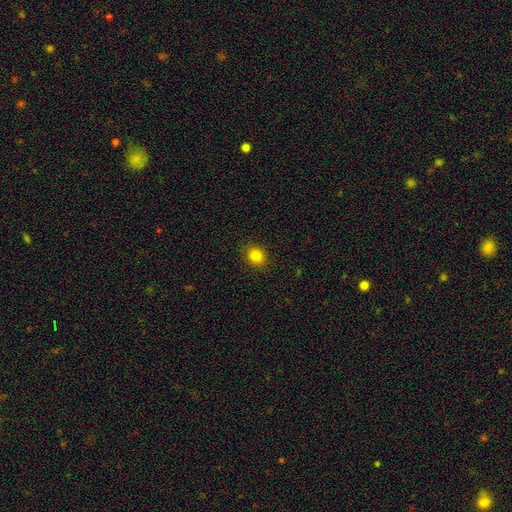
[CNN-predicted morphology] smooth_or_featured: smooth (p=0.83) [alt: star or artifact p=0.12]
how_rounded: round (p=0.69) [alt: in between p=0.30]
merging: none (p=0.90) [alt: minor disturbance p=0.07]